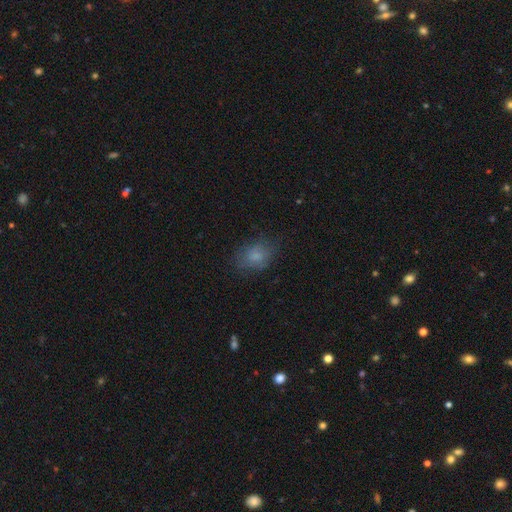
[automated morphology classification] Q: Smooth or featured?
A: smooth (77%); runner-up: featured or disk (13%)
Q: How rounded?
A: in between (70%); runner-up: round (29%)
Q: Merging?
A: none (70%); runner-up: minor disturbance (20%)